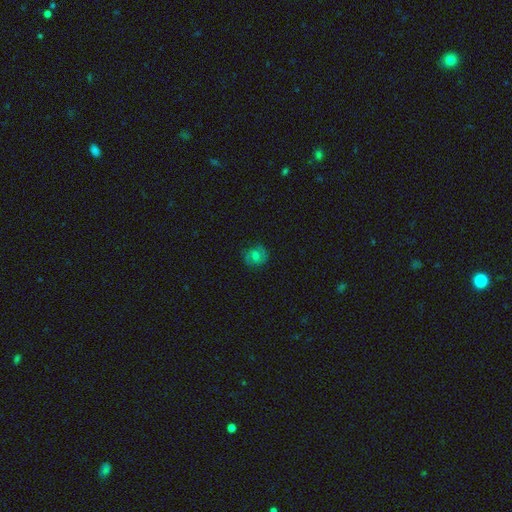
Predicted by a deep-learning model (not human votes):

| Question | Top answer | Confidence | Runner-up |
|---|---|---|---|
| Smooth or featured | smooth | 51% | featured or disk (36%) |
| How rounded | round | 74% | in between (25%) |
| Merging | none | 78% | minor disturbance (16%) |